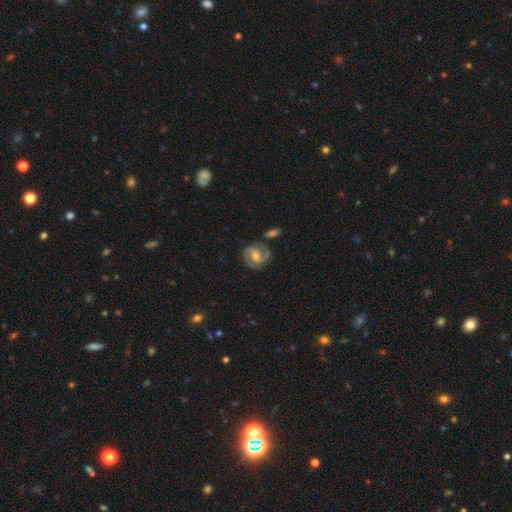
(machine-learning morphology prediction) Smooth or featured: featured or disk — 79% (smooth — 15%)
Edge-on disk: no — 97% (yes — 3%)
Bar: weak — 46% (no — 39%)
Spiral arms: yes — 93% (no — 7%)
Spiral winding: tight — 45% (medium — 44%)
Spiral arm count: 2 — 81% (can't tell — 7%)
Bulge size: moderate — 65% (small — 28%)
Merging: none — 72% (minor disturbance — 16%)